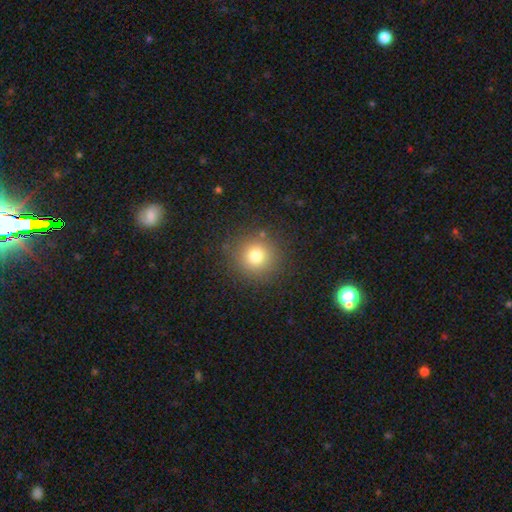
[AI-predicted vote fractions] Q: Smooth or featured?
A: smooth (77%); runner-up: star or artifact (14%)
Q: How rounded?
A: round (93%); runner-up: in between (6%)
Q: Merging?
A: none (86%); runner-up: minor disturbance (8%)